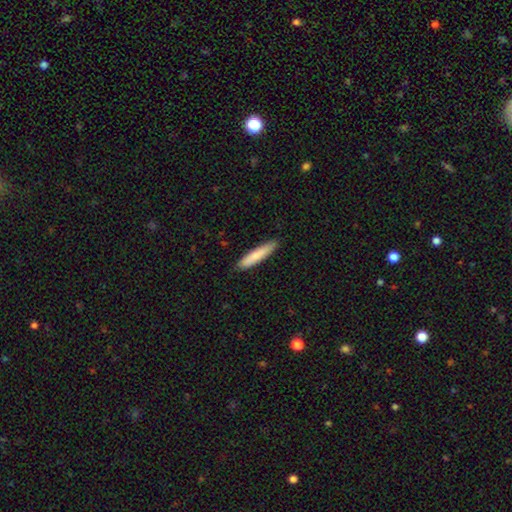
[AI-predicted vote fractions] Q: Smooth or featured?
A: smooth (82%); runner-up: featured or disk (12%)
Q: How rounded?
A: cigar-shaped (89%); runner-up: in between (10%)
Q: Merging?
A: none (87%); runner-up: minor disturbance (10%)